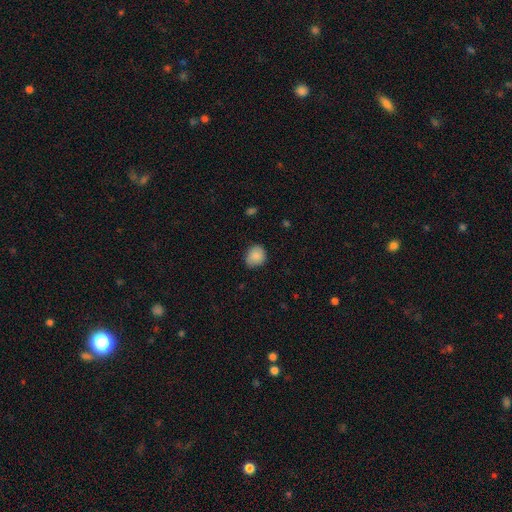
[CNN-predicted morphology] Overall: smooth (87%). How rounded: round (72%). Merging: none (76%).